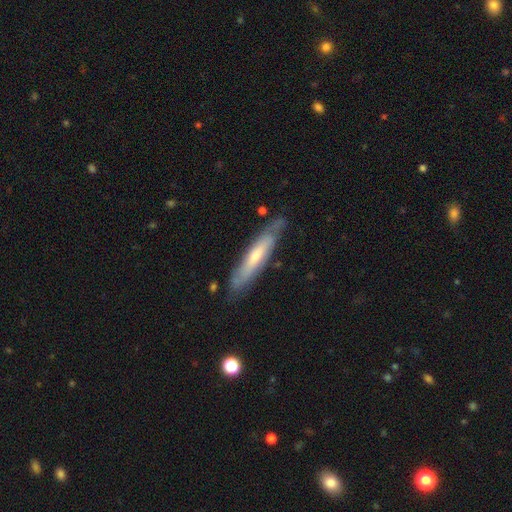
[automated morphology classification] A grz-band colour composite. It shows a featured or disk galaxy (53%) viewed edge-on (65%). Merging: none (76%).